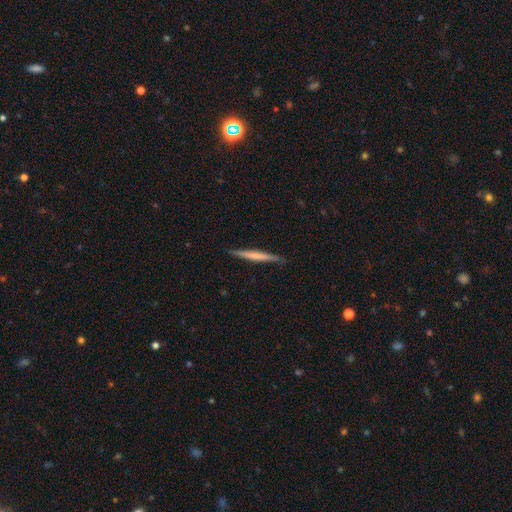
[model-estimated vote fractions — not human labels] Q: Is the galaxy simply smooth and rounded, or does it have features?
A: smooth — 54%.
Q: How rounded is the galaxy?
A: cigar-shaped — 96%.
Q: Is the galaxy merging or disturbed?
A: none — 90%.